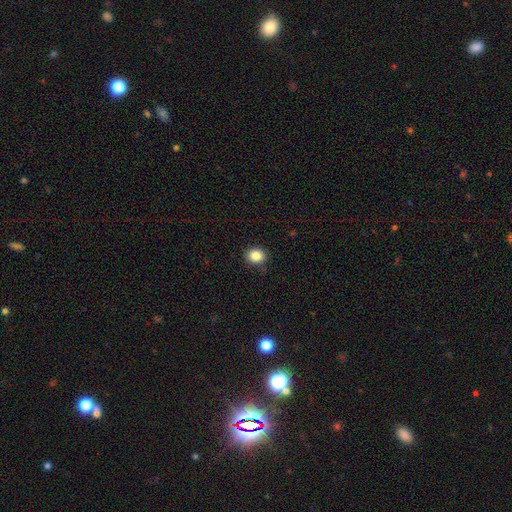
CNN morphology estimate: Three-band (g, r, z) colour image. It shows a smooth galaxy with no disk features (85%) that is round (67%). Merging: none (87%).